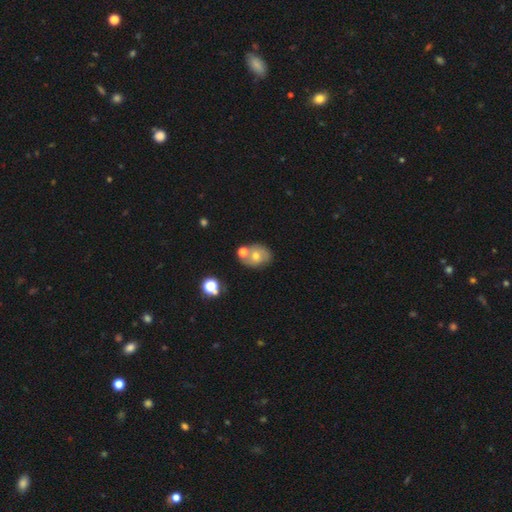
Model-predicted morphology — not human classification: type=smooth (55%); roundness=round (51%); merging=none (56%).